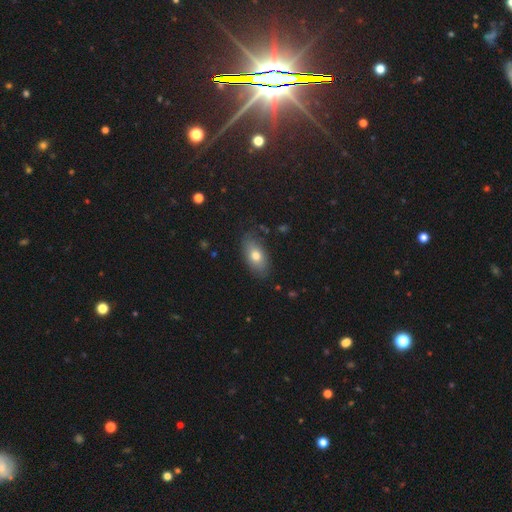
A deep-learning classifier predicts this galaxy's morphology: Smooth or featured?
  - smooth: 74% *
  - featured or disk: 18%
  - star or artifact: 8%
How rounded?
  - in between: 90% *
  - round: 6%
  - cigar-shaped: 4%
Merging?
  - none: 81% *
  - minor disturbance: 14%
  - major disturbance: 4%
  - merger: 2%